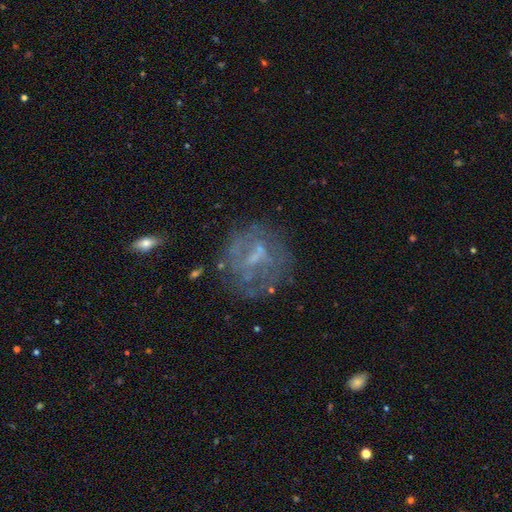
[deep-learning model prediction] The model was most divided on "bulge size": small: 39%, none: 36%, moderate: 22%, large: 2%, dominant: 1%. Remaining: edge-on disk — no (95%); spiral arms — no (70%); merging — none (65%); smooth or featured — featured or disk (59%); bar — no (46%).